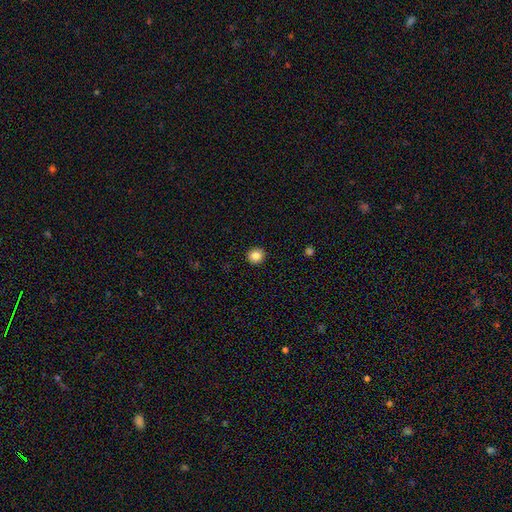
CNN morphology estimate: A smooth galaxy with no disk features (84%) that is round (89%).

Vote fractions:
- Smooth or featured? smooth: 84% / star or artifact: 10% / featured or disk: 6%
- How rounded? round: 89% / in between: 10% / cigar-shaped: 1%
- Merging? none: 93% / minor disturbance: 5% / major disturbance: 2% / merger: 1%